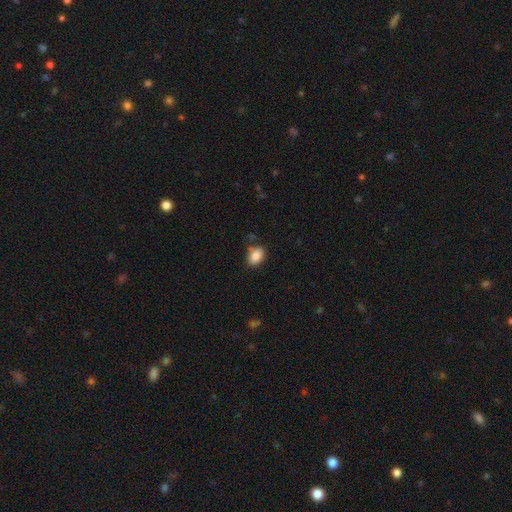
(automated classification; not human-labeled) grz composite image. It shows a smooth galaxy with no disk features (86%) that is in between round and cigar-shaped (87%). Merging: none (74%).